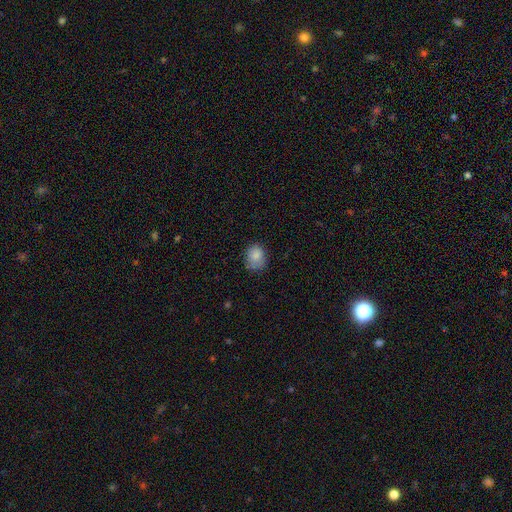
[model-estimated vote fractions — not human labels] Morphology: type=smooth (85%); roundness=round (62%); merging=none (69%).